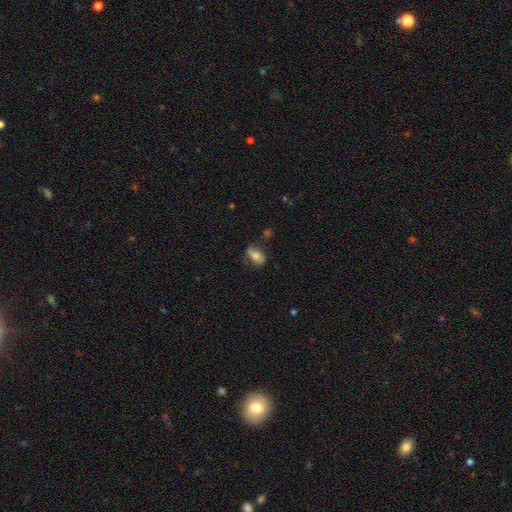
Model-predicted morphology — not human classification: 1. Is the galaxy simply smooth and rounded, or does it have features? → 64% smooth, 28% featured or disk, 8% star or artifact.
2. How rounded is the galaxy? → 87% in between, 8% round, 6% cigar-shaped.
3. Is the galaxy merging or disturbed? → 58% none, 28% minor disturbance, 10% major disturbance, 4% merger.